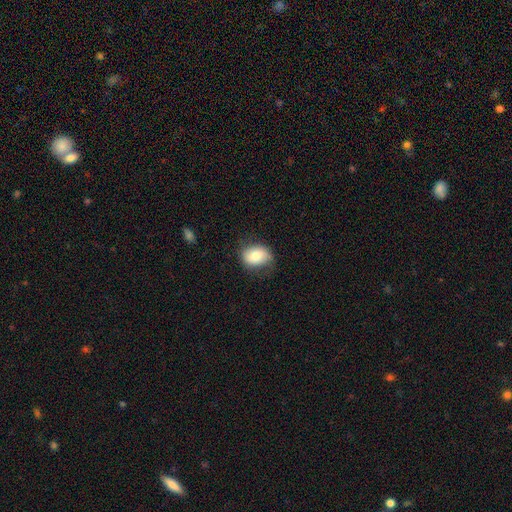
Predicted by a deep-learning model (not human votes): This appears to be a smooth galaxy with no disk features (75%) that is in between round and cigar-shaped (67%). Merging: none (70%).